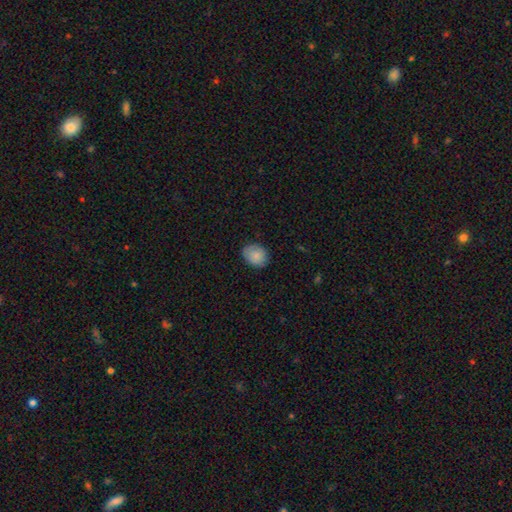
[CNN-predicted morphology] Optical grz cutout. It shows a smooth galaxy with no disk features (86%) that is in between round and cigar-shaped (54%). Merging: none (82%).